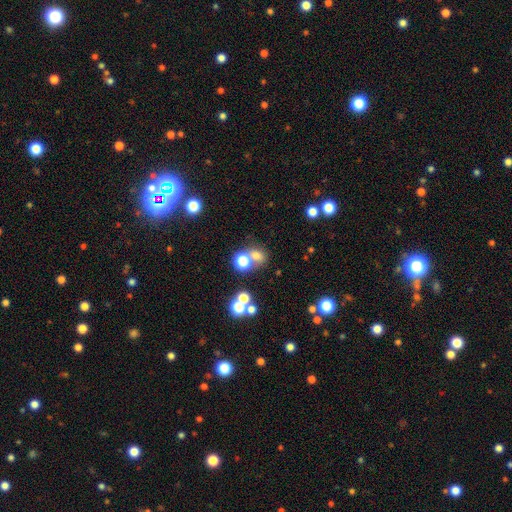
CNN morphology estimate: smooth 65%, star or artifact 23%, featured or disk 12%. Down the decision tree: how rounded — round (68%); merging — none (51%).